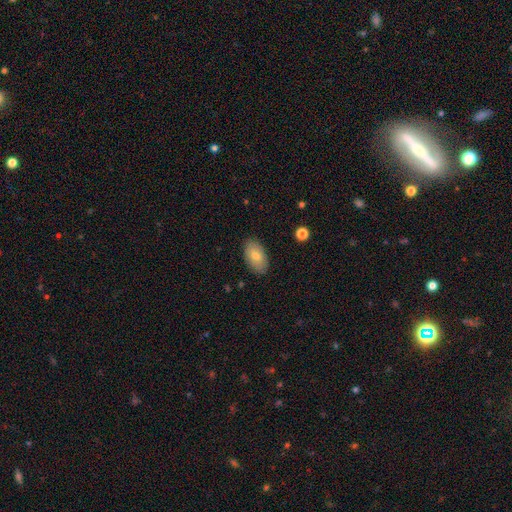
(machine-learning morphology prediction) Smooth or featured? smooth (78%)
How rounded? in between (94%)
Merging? none (87%)